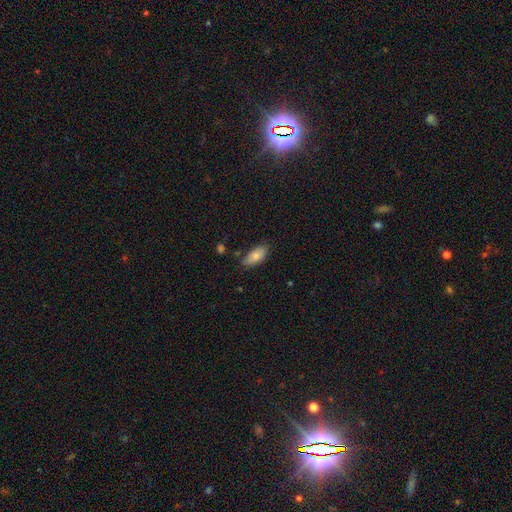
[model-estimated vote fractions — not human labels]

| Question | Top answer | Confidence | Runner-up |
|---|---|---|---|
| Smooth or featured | smooth | 81% | featured or disk (12%) |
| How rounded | in between | 91% | cigar-shaped (7%) |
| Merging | none | 77% | minor disturbance (17%) |